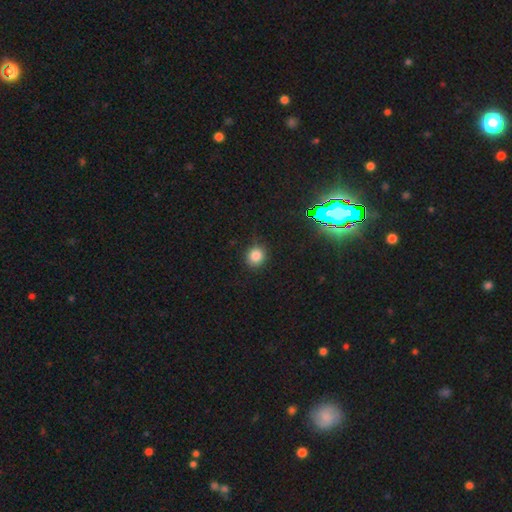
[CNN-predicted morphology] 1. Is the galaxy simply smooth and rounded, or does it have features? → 82% smooth, 14% star or artifact, 5% featured or disk.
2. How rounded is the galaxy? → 84% round, 15% in between, 1% cigar-shaped.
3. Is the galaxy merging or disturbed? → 86% none, 10% minor disturbance, 3% major disturbance, 1% merger.